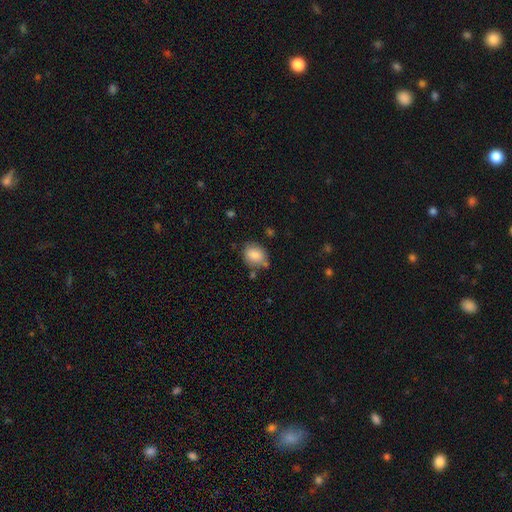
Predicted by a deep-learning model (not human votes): A smooth galaxy with no disk features (79%) that is round (53%). Merging: none (65%).